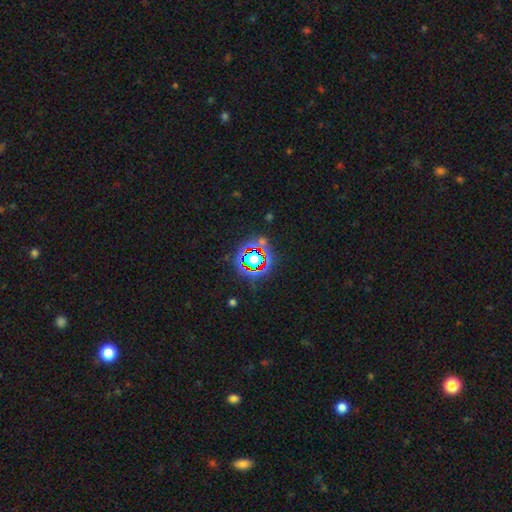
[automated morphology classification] Smooth or featured? star or artifact (76%)